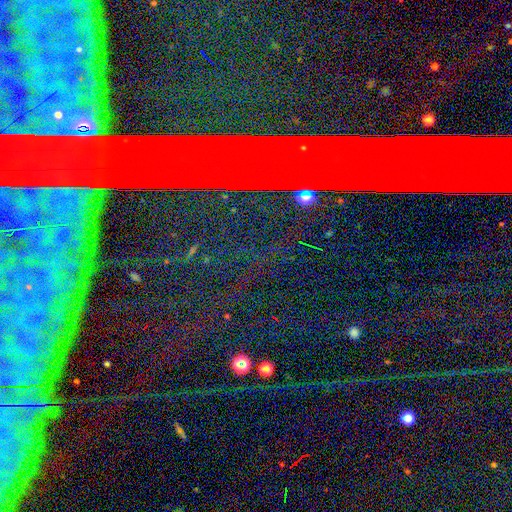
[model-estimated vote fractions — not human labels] star or artifact 83%, featured or disk 9%, smooth 8%.